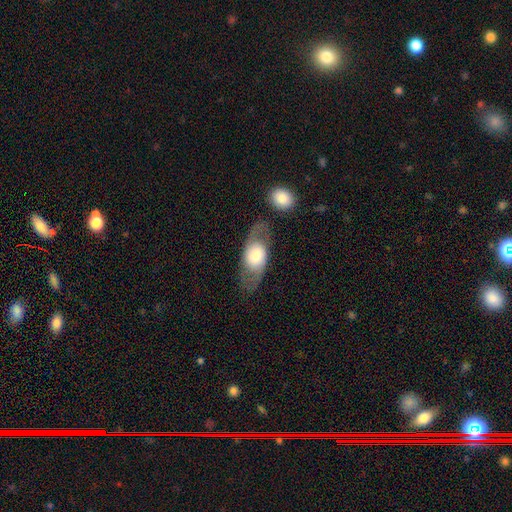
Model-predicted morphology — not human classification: This is possibly a featured or disk galaxy (53%). It is clearly not viewed edge-on (83%). Merging: likely none (72%).